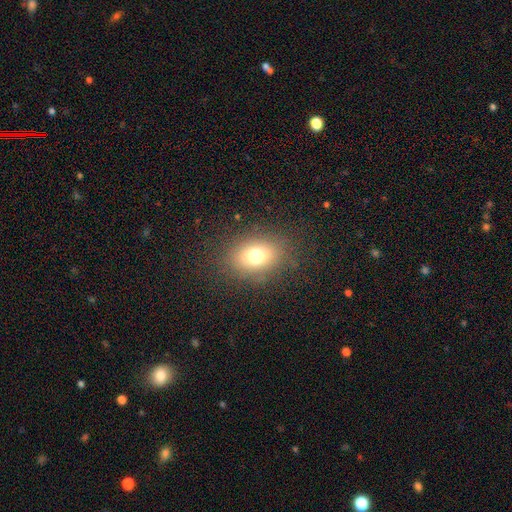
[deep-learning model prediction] A smooth galaxy with no disk features (72%) that is in between round and cigar-shaped (63%).

Vote fractions:
- Smooth or featured? smooth: 72% / star or artifact: 15% / featured or disk: 13%
- How rounded? in between: 63% / round: 36% / cigar-shaped: 2%
- Merging? none: 81% / minor disturbance: 11% / major disturbance: 6% / merger: 1%